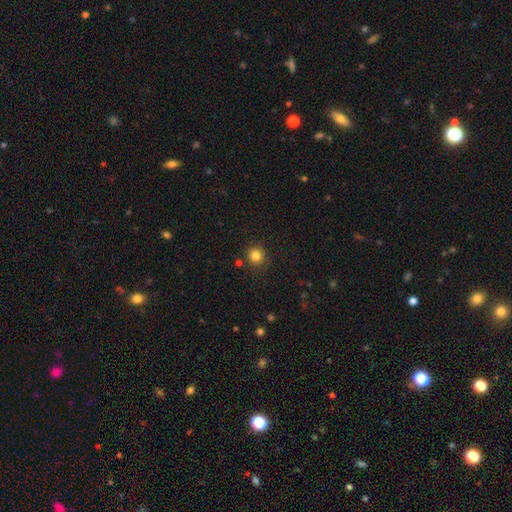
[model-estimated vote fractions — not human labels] Smooth or featured?
  - smooth: 83% *
  - star or artifact: 12%
  - featured or disk: 4%
How rounded?
  - round: 92% *
  - in between: 7%
  - cigar-shaped: 1%
Merging?
  - none: 86% *
  - minor disturbance: 8%
  - merger: 4%
  - major disturbance: 3%